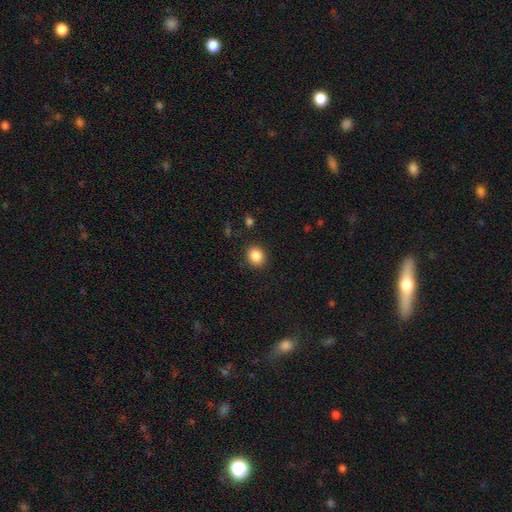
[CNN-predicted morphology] Smooth or featured? smooth (86%)
How rounded? round (71%)
Merging? none (89%)